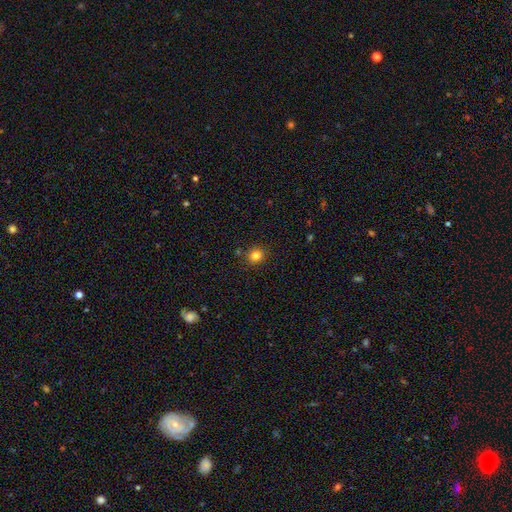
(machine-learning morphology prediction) smooth_or_featured: smooth (p=0.81) [alt: star or artifact p=0.13]
how_rounded: round (p=0.78) [alt: in between p=0.21]
merging: none (p=0.85) [alt: minor disturbance p=0.09]